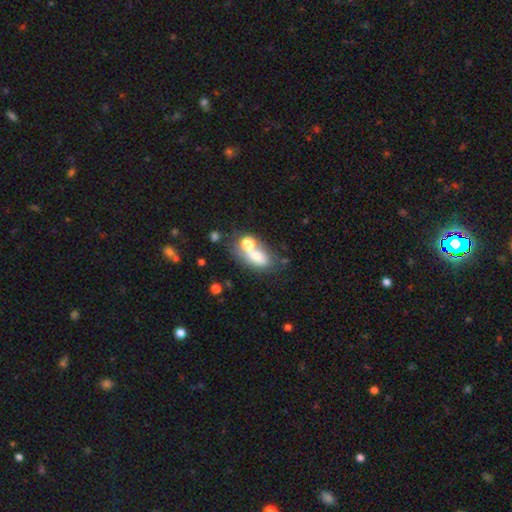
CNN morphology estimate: Smooth or featured? Predicted: smooth (p=0.65). How rounded? Predicted: in between (p=0.81). Merging? Predicted: merger (p=0.37).